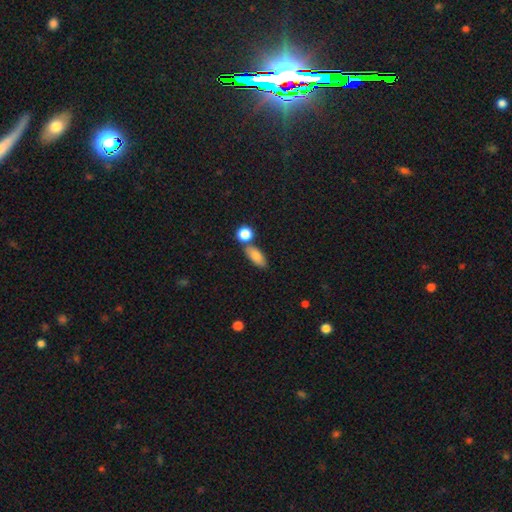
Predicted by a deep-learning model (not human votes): This is clearly a smooth galaxy (81%). How rounded: likely in between (77%). Merging: likely none (66%).